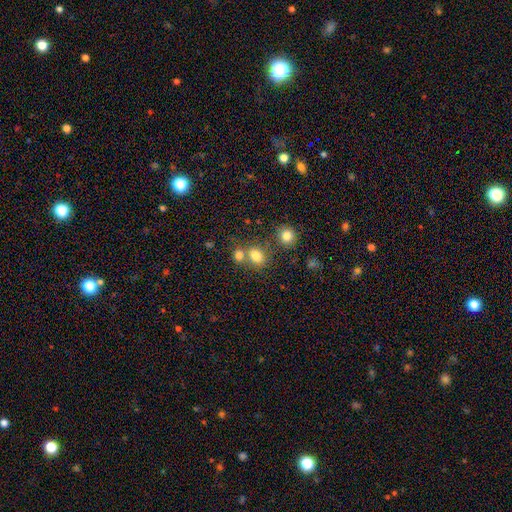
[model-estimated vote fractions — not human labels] Morphology: type=smooth (79%); roundness=in between (56%); merging=none (48%).